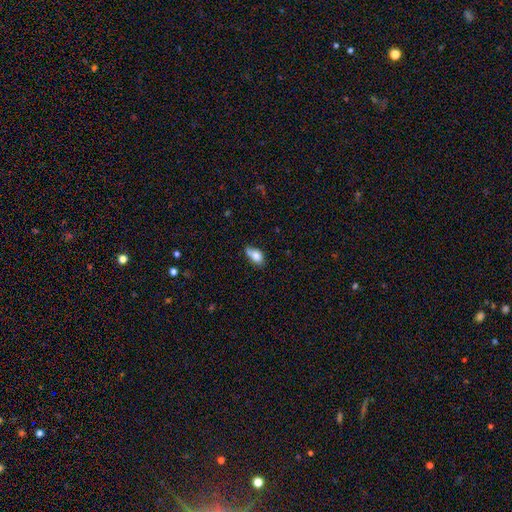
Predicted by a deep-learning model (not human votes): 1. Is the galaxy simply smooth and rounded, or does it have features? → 79% smooth, 12% featured or disk, 9% star or artifact.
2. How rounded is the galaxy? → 85% in between, 11% round, 4% cigar-shaped.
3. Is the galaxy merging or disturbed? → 42% none, 35% minor disturbance, 13% merger, 10% major disturbance.